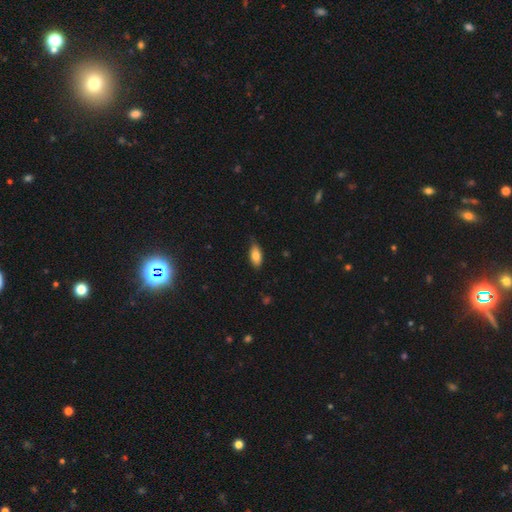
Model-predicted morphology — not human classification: smooth-or-featured: smooth: 82% | featured or disk: 11% | star or artifact: 7%
  how-rounded: in between: 88% | cigar-shaped: 9% | round: 3%
  merging: none: 70% | minor disturbance: 25% | major disturbance: 4% | merger: 1%